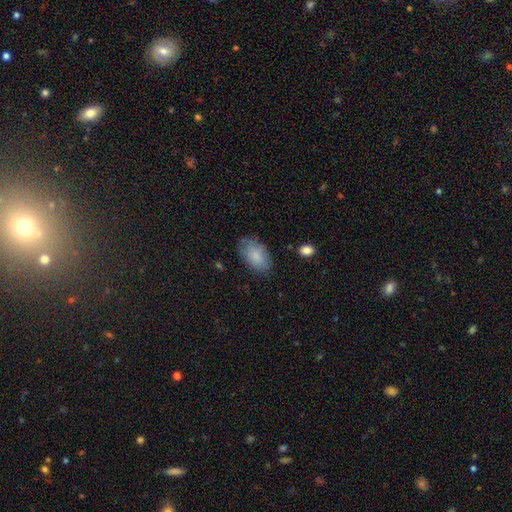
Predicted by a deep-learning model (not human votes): Smooth or featured? Predicted: smooth (p=0.82). How rounded? Predicted: in between (p=0.93). Merging? Predicted: none (p=0.74).